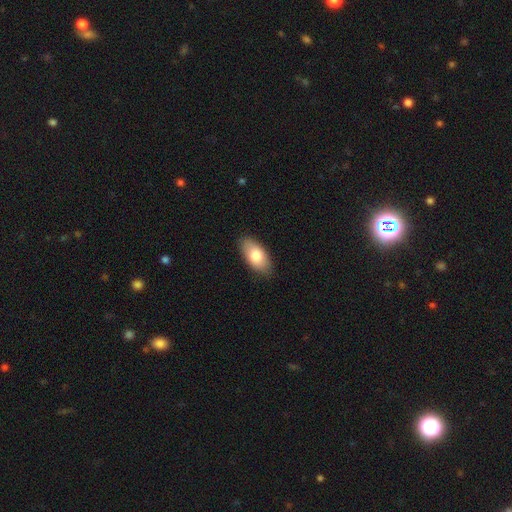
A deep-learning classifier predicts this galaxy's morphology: Q: Smooth or featured?
A: smooth (80%); runner-up: featured or disk (14%)
Q: How rounded?
A: in between (93%); runner-up: cigar-shaped (5%)
Q: Merging?
A: none (86%); runner-up: minor disturbance (11%)